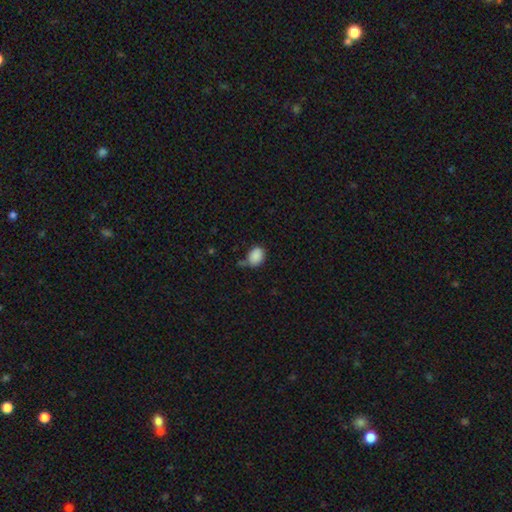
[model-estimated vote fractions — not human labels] Smooth or featured? Predicted: smooth (p=0.87). How rounded? Predicted: in between (p=0.66). Merging? Predicted: none (p=0.56).